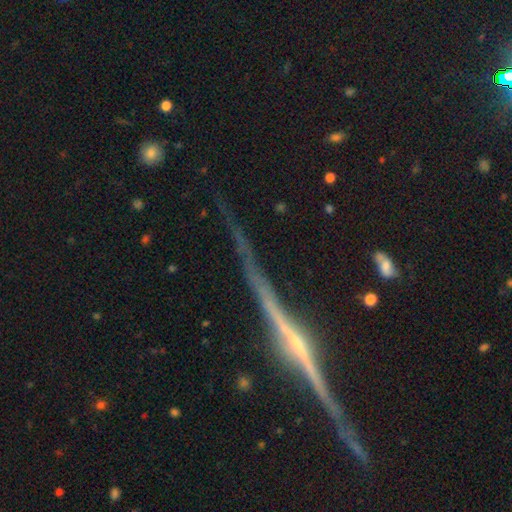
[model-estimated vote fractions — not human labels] smooth_or_featured: featured or disk (p=0.82) [alt: star or artifact p=0.10]
disk_edge_on: yes (p=0.96) [alt: no p=0.04]
edge_on_bulge: rounded (p=0.62) [alt: none p=0.23]
merging: none (p=0.78) [alt: minor disturbance p=0.14]